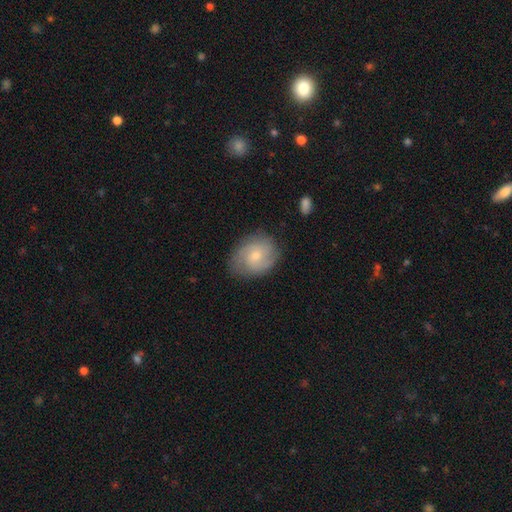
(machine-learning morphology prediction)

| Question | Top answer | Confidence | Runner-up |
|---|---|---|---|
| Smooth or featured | featured or disk | 53% | smooth (40%) |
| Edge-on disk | no | 97% | yes (3%) |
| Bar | no | 63% | weak (33%) |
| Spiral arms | yes | 86% | no (14%) |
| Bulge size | small | 48% | moderate (47%) |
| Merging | none | 75% | minor disturbance (18%) |